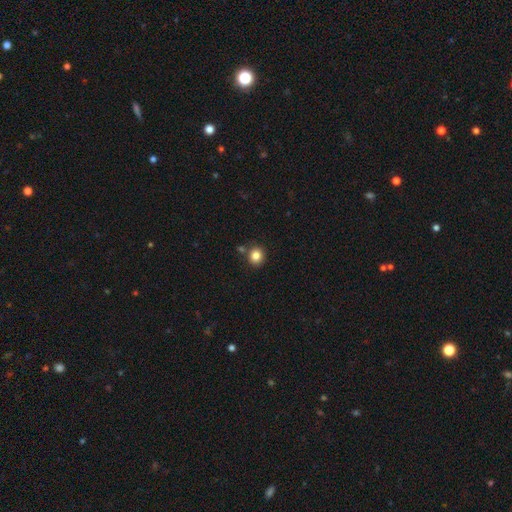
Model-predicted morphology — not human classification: This appears to be a smooth galaxy with no disk features (83%) that is round (85%). Merging: none (79%).